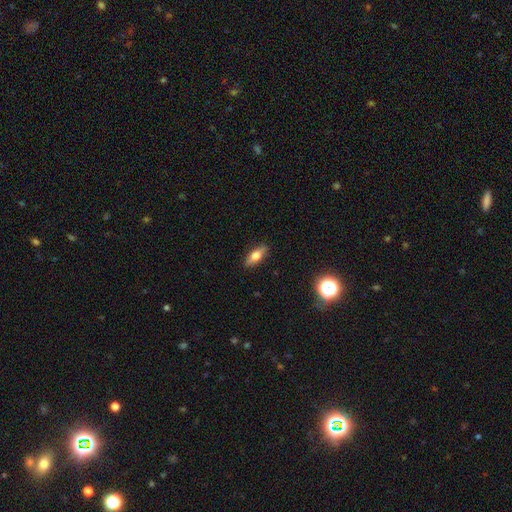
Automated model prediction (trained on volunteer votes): Overall: smooth (55%; featured or disk 37%). How rounded: in between (59%; cigar-shaped 37%). Merging: none (89%).